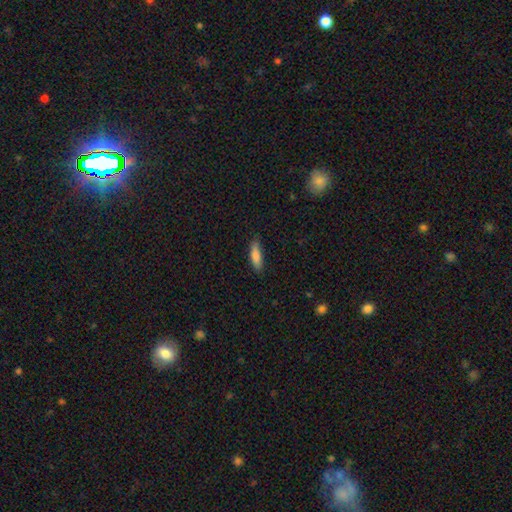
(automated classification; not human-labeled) smooth-or-featured: smooth: 84% | featured or disk: 10% | star or artifact: 6%
  how-rounded: cigar-shaped: 59% | in between: 40% | round: 2%
  merging: none: 84% | minor disturbance: 13% | major disturbance: 2% | merger: 1%